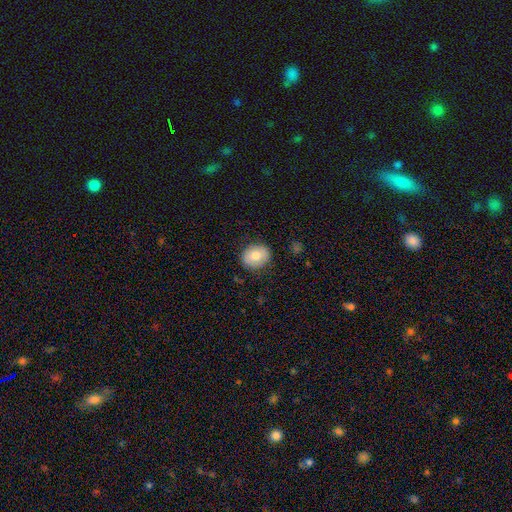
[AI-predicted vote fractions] A smooth galaxy with no disk features (76%) that is round (59%).

Vote fractions:
- Smooth or featured? smooth: 76% / featured or disk: 16% / star or artifact: 8%
- How rounded? round: 59% / in between: 40% / cigar-shaped: 1%
- Merging? none: 85% / minor disturbance: 11% / major disturbance: 3% / merger: 1%